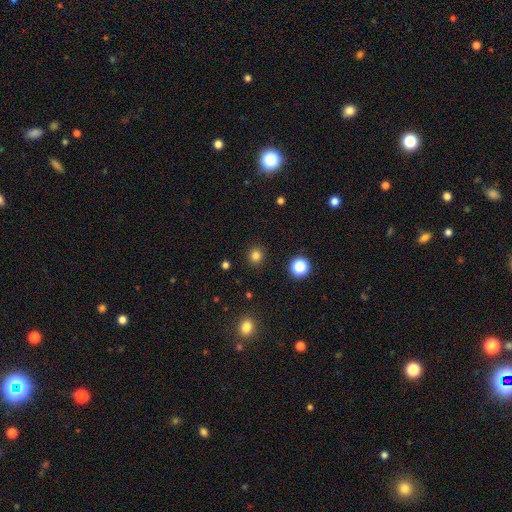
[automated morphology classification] Smooth or featured? Predicted: smooth (p=0.81). How rounded? Predicted: round (p=0.91). Merging? Predicted: none (p=0.91).